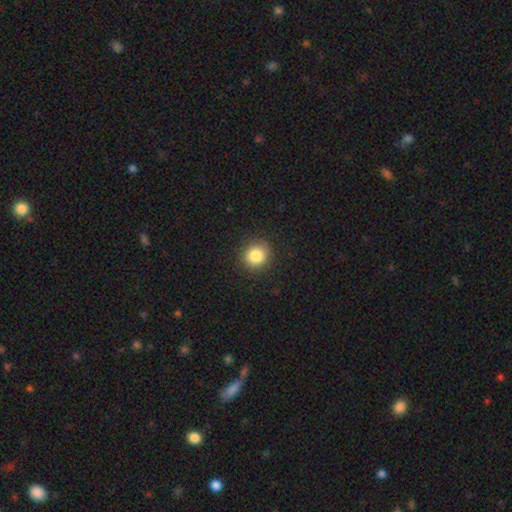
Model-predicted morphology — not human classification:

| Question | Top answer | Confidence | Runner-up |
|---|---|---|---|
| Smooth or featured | smooth | 84% | star or artifact (10%) |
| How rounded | round | 86% | in between (13%) |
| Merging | none | 89% | minor disturbance (8%) |